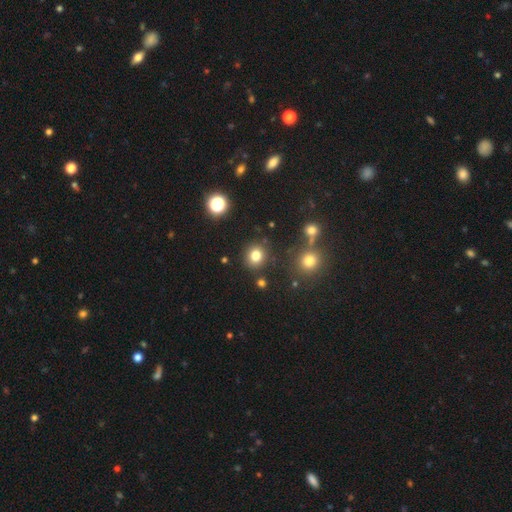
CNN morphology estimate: Smooth or featured? smooth (79%)
How rounded? round (86%)
Merging? none (87%)